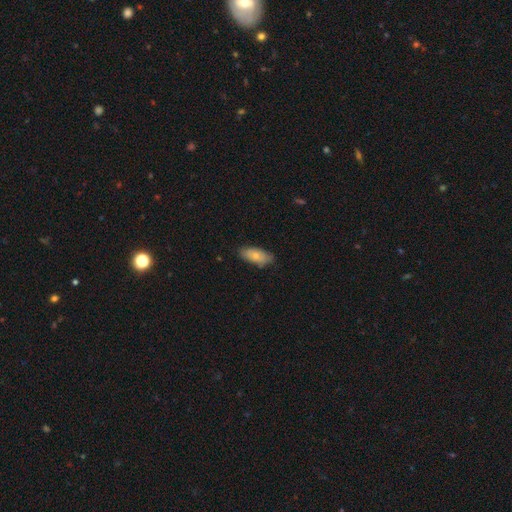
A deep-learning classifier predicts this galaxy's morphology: Smooth or featured?
  - smooth: 74% *
  - featured or disk: 20%
  - star or artifact: 6%
How rounded?
  - in between: 88% *
  - cigar-shaped: 9%
  - round: 3%
Merging?
  - none: 75% *
  - minor disturbance: 20%
  - major disturbance: 3%
  - merger: 1%